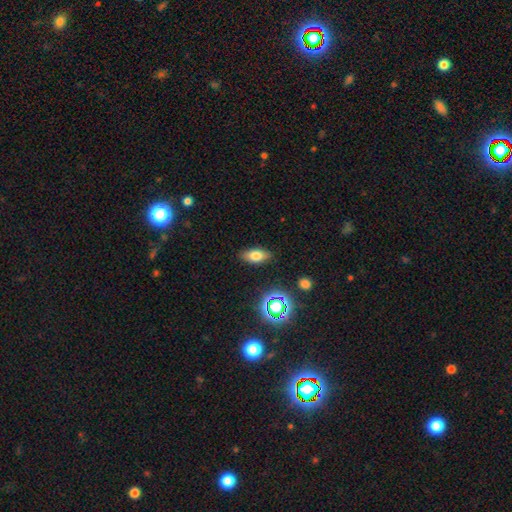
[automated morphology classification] Smooth or featured?
  - smooth: 73% *
  - featured or disk: 14%
  - star or artifact: 13%
How rounded?
  - in between: 85% *
  - cigar-shaped: 9%
  - round: 7%
Merging?
  - none: 85% *
  - minor disturbance: 11%
  - major disturbance: 3%
  - merger: 2%